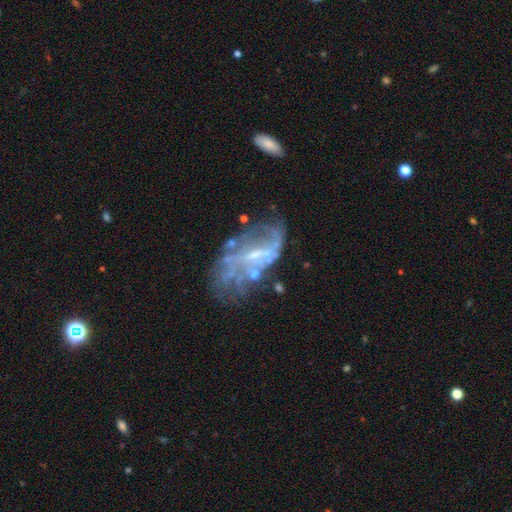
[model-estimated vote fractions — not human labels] A featured or disk galaxy (77%) with a weak bar (42%), spiral arms (56%) and a small central bulge (57%). Merging: none (38%).